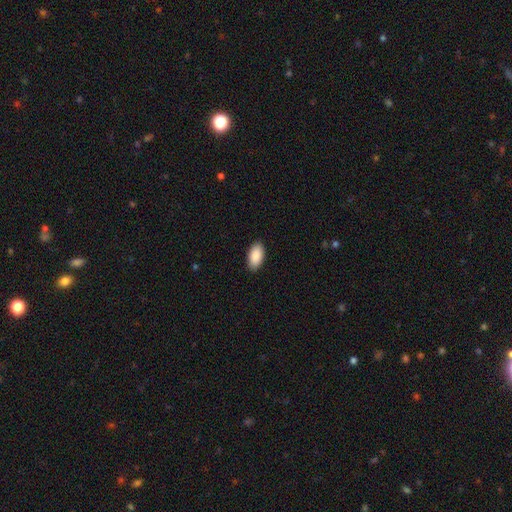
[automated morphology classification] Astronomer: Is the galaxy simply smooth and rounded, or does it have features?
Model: smooth — 90%.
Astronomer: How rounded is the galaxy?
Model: in between — 95%.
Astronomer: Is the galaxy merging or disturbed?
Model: none — 90%.